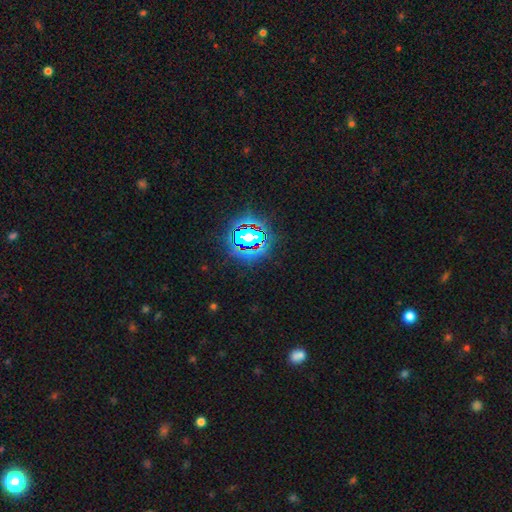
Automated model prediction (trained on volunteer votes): Smooth or featured? star or artifact (79%)